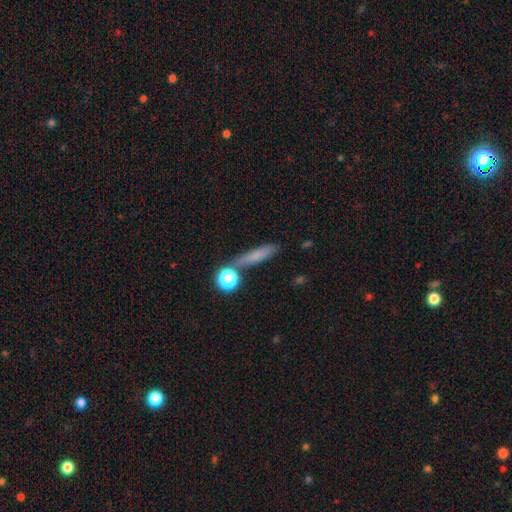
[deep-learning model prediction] smooth-or-featured: smooth: 67% | featured or disk: 19% | star or artifact: 14%
  how-rounded: cigar-shaped: 73% | in between: 17% | round: 10%
  merging: none: 71% | minor disturbance: 13% | merger: 11% | major disturbance: 5%